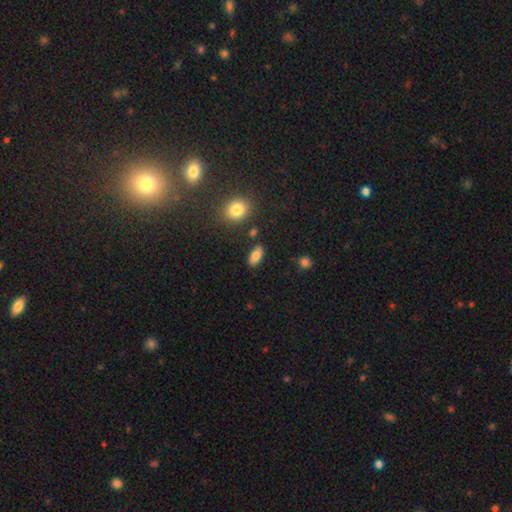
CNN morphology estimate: smooth-or-featured: smooth: 84% | star or artifact: 8% | featured or disk: 8%
  how-rounded: in between: 89% | cigar-shaped: 7% | round: 4%
  merging: none: 85% | minor disturbance: 10% | merger: 3% | major disturbance: 2%